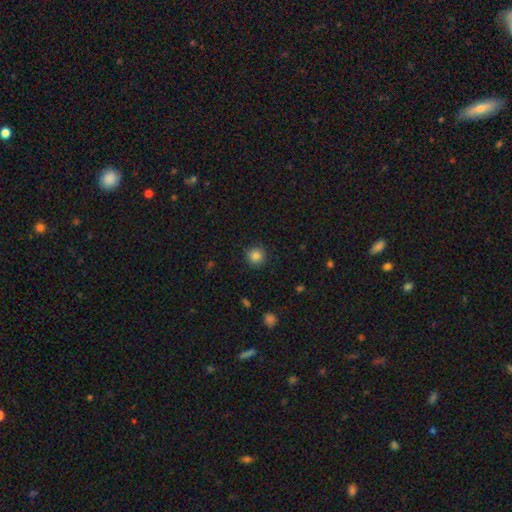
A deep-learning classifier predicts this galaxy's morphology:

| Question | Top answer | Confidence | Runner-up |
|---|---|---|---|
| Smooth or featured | smooth | 85% | star or artifact (11%) |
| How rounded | round | 94% | in between (5%) |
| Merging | none | 88% | minor disturbance (8%) |